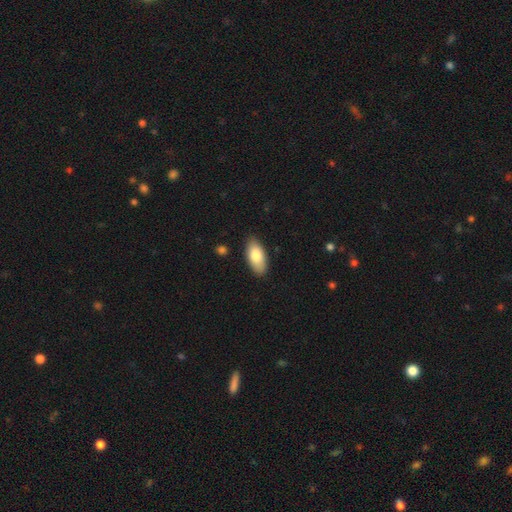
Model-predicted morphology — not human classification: This is clearly a smooth galaxy (80%). How rounded: clearly in between (91%). Merging: clearly none (87%).